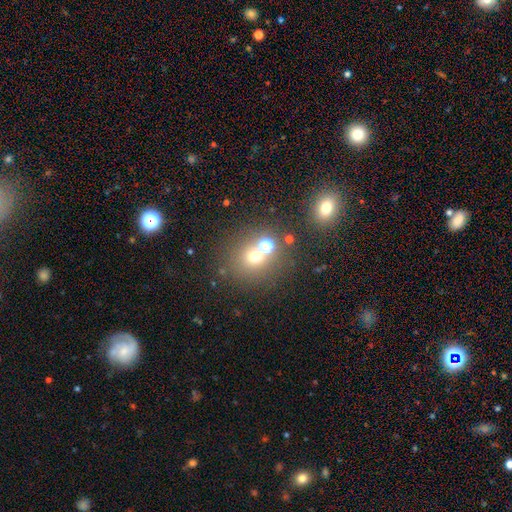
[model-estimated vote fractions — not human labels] Smooth or featured: smooth — 62% (star or artifact — 26%)
How rounded: round — 85% (in between — 14%)
Merging: none — 62% (merger — 25%)